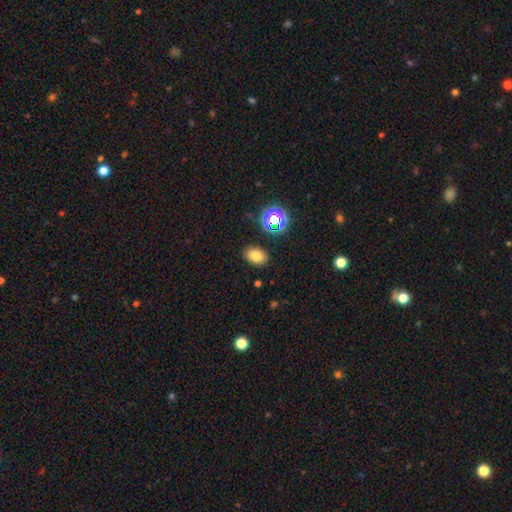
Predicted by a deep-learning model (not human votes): smooth_or_featured: smooth (p=0.76) [alt: star or artifact p=0.16]
how_rounded: in between (p=0.78) [alt: round p=0.21]
merging: none (p=0.86) [alt: minor disturbance p=0.09]